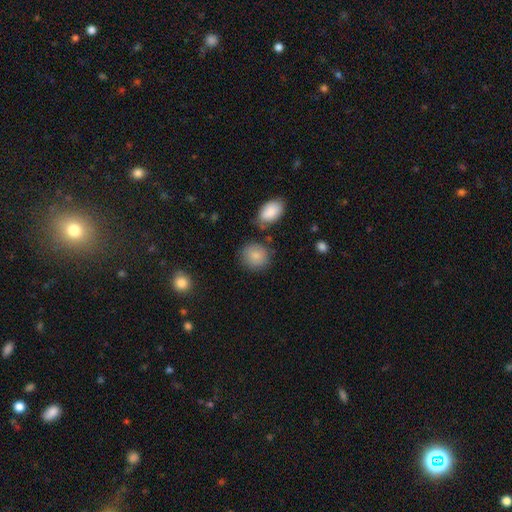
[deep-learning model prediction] smooth 84%, star or artifact 8%, featured or disk 7%. Down the decision tree: how rounded — round (80%); merging — none (77%).